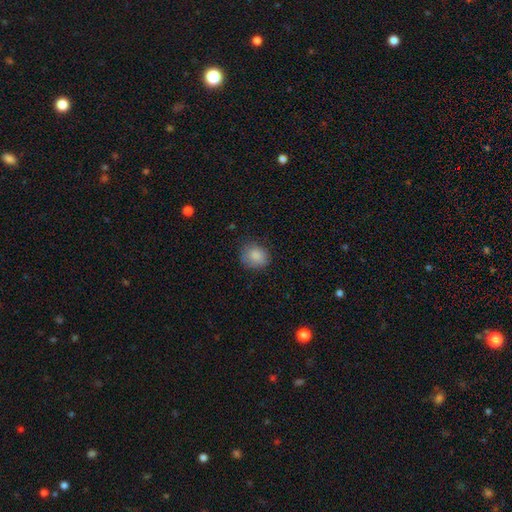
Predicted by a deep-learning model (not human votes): A smooth galaxy with no disk features (86%) that is round (73%). Merging: none (76%).